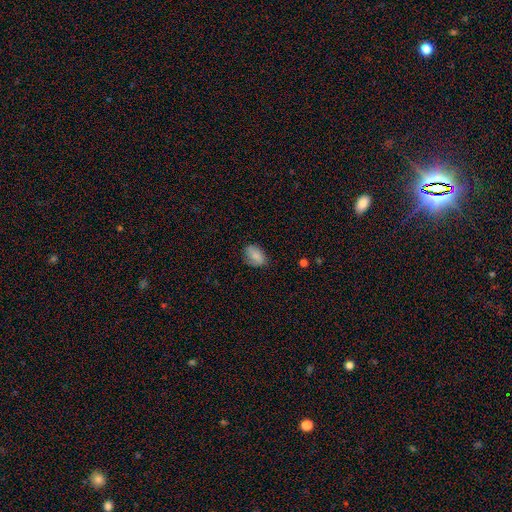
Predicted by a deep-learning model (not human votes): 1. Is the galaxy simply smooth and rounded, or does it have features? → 79% smooth, 13% featured or disk, 8% star or artifact.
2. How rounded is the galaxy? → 85% in between, 14% round, 2% cigar-shaped.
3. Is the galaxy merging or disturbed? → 71% none, 23% minor disturbance, 6% major disturbance, 1% merger.